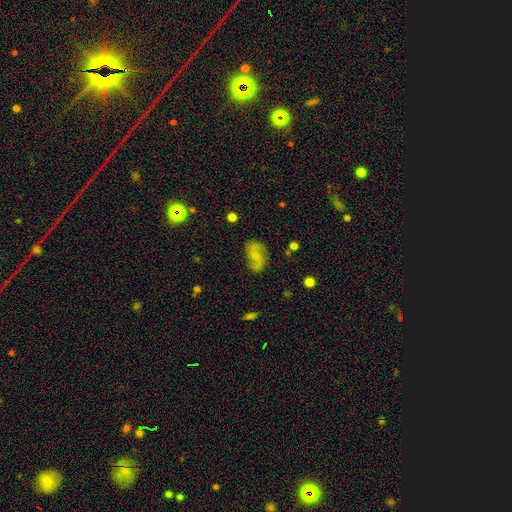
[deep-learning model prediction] A featured or disk galaxy (68%) with no bar (50%), 2 (90%) loose (51%) spiral arms (92%) and a small central bulge (52%). Merging: none (76%).